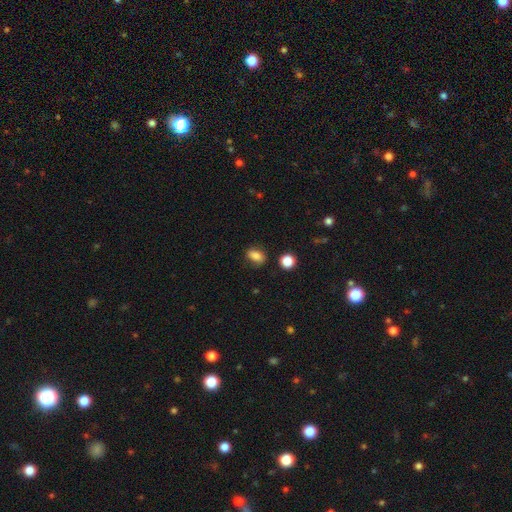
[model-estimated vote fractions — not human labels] A smooth galaxy with no disk features (83%) that is in between round and cigar-shaped (77%).

Vote fractions:
- Smooth or featured? smooth: 83% / star or artifact: 10% / featured or disk: 7%
- How rounded? in between: 77% / round: 20% / cigar-shaped: 3%
- Merging? none: 78% / minor disturbance: 15% / major disturbance: 4% / merger: 3%